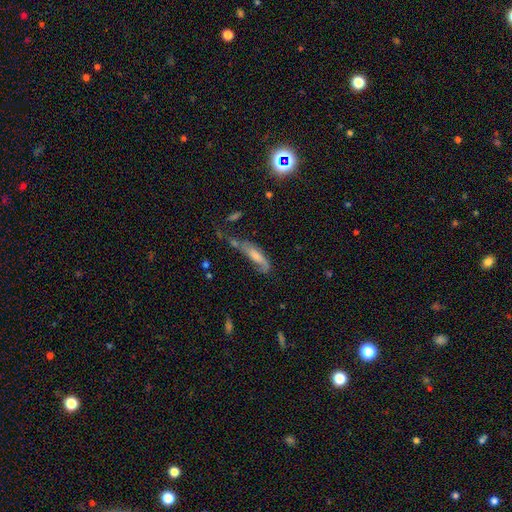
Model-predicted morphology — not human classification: Smooth or featured? smooth (44%)
Merging? none (30%, tied with major disturbance)